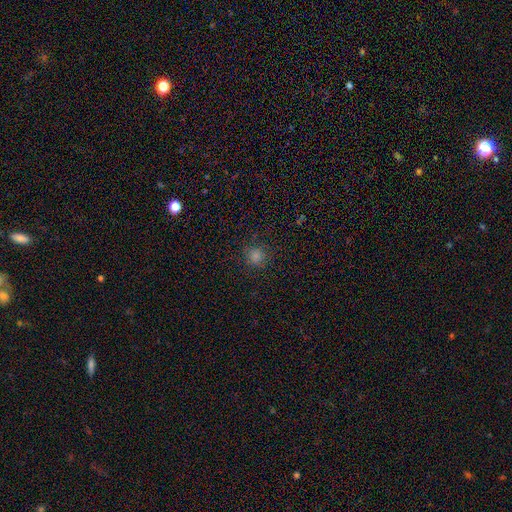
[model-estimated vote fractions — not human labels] smooth 74%, star or artifact 21%, featured or disk 5%. Down the decision tree: how rounded — round (93%); merging — none (87%).